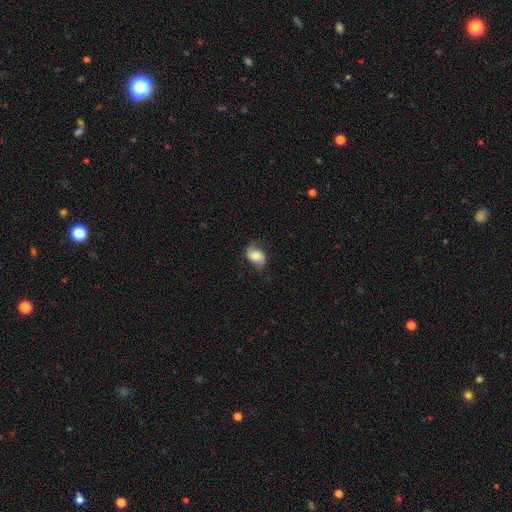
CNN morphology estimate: type=featured or disk (57%); edge-on=no (97%); bar=no (61%); spiral arms=yes (92%); winding=loose (54%); arm count=2 (89%); bulge=moderate (44%); merging=none (71%).